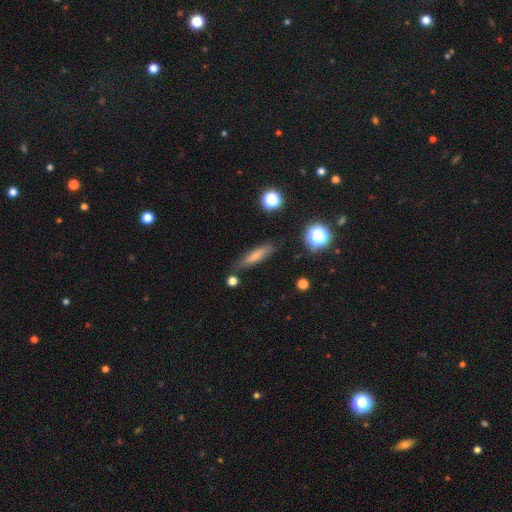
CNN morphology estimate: Smooth or featured: smooth — 67% (featured or disk — 23%)
How rounded: cigar-shaped — 76% (in between — 21%)
Merging: none — 79% (minor disturbance — 14%)